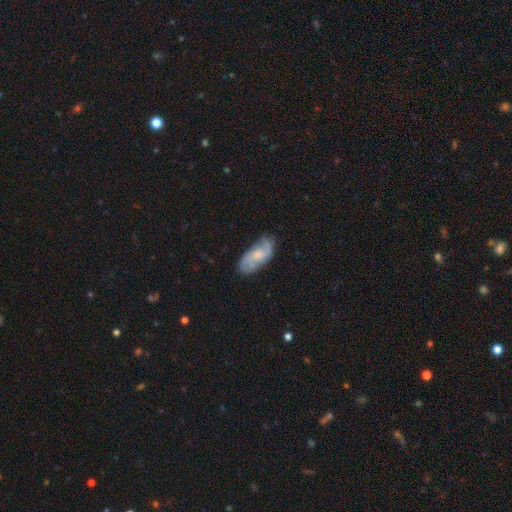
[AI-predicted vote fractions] This is possibly a featured or disk galaxy (58%). It is clearly not viewed edge-on (92%). Bar: possibly no (58%). Spiral arm pattern: clearly yes (88%). Central bulge: marginally small (37%, tied with moderate). Merging: likely none (70%).